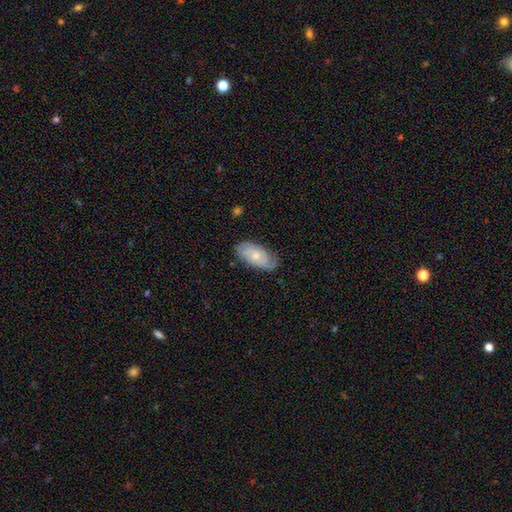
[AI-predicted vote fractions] The model was most divided on "smooth or featured": featured or disk: 50%, smooth: 44%, star or artifact: 6%. More confident: merging — none (74%).